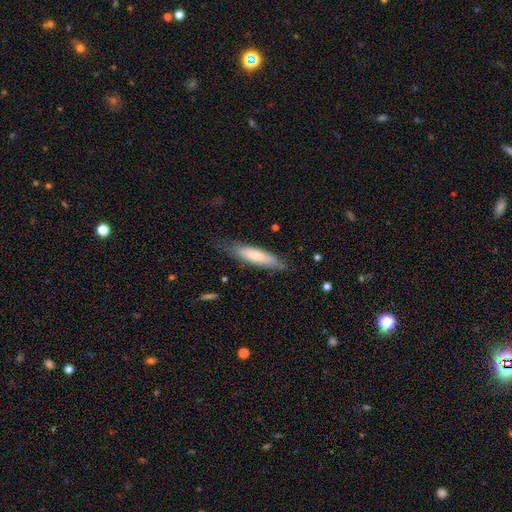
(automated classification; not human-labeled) smooth_or_featured: smooth (p=0.68) [alt: featured or disk p=0.26]
how_rounded: cigar-shaped (p=0.71) [alt: in between p=0.28]
merging: none (p=0.69) [alt: minor disturbance p=0.23]